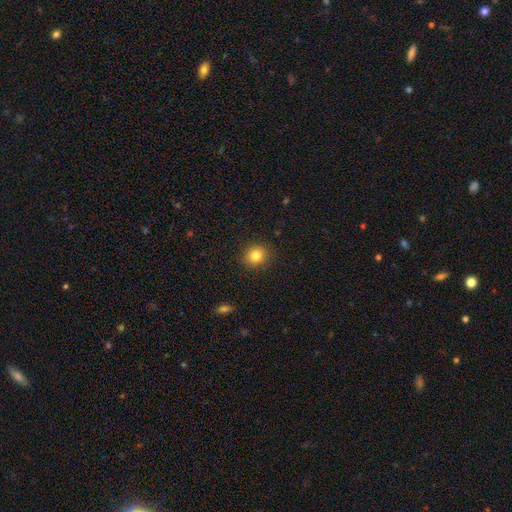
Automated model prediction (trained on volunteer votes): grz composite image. It shows a smooth galaxy with no disk features (84%) that is round (79%). Merging: none (89%).